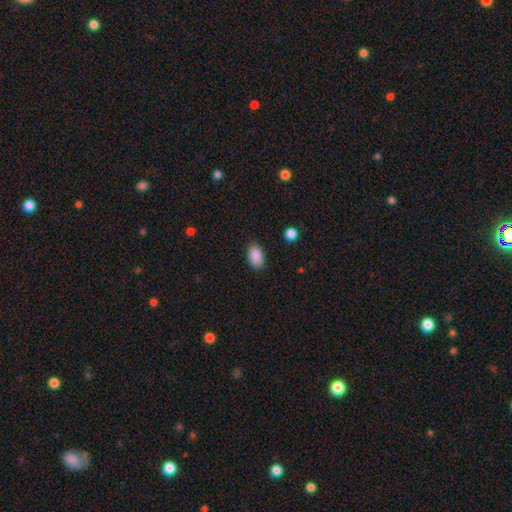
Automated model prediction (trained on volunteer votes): Q: Smooth or featured?
A: smooth (89%); runner-up: star or artifact (8%)
Q: How rounded?
A: in between (91%); runner-up: round (8%)
Q: Merging?
A: none (86%); runner-up: minor disturbance (11%)